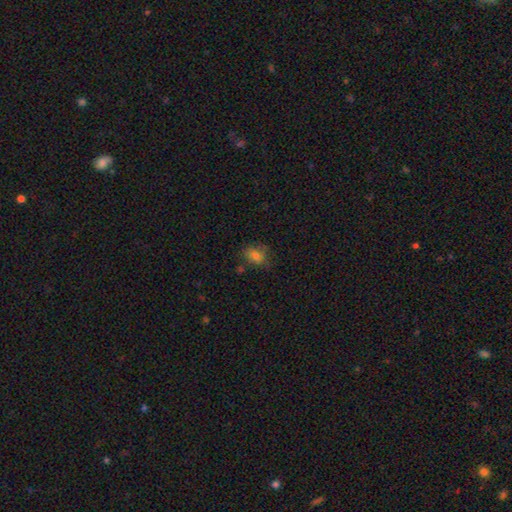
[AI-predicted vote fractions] This appears to be a smooth galaxy with no disk features (73%) that is in between round and cigar-shaped (62%). Merging: none (62%).